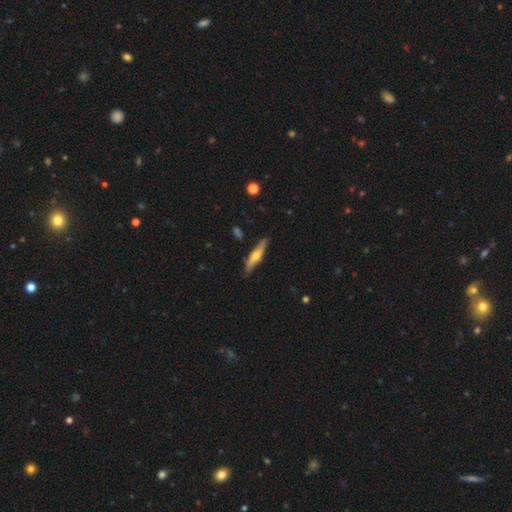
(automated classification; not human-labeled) Morphology: type=featured or disk (53%); edge-on=yes (91%); merging=none (85%).